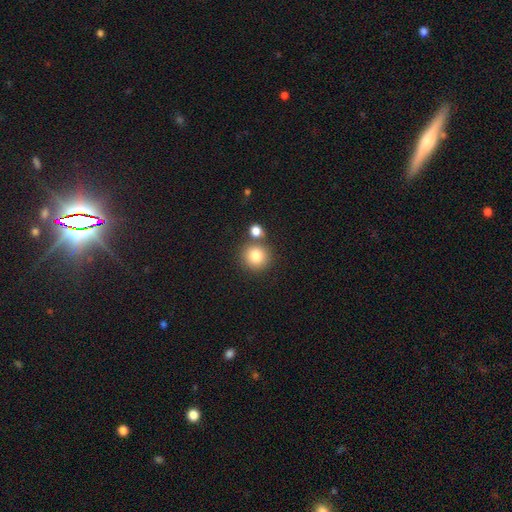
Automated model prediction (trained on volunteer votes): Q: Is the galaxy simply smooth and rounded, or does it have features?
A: smooth — 81%.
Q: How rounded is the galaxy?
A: round — 91%.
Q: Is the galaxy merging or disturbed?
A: none — 72%.